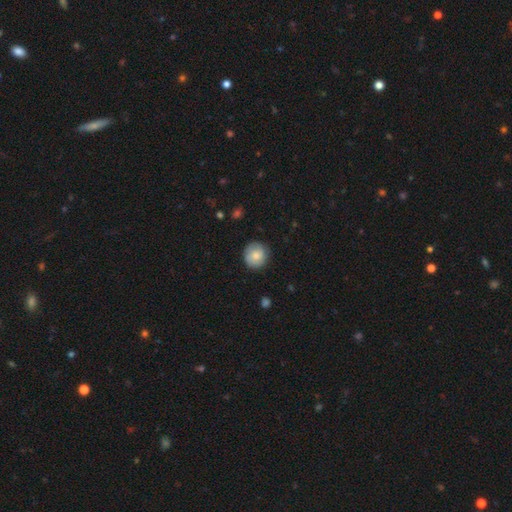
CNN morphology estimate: A smooth galaxy with no disk features (77%) that is round (91%).

Vote fractions:
- Smooth or featured? smooth: 77% / featured or disk: 16% / star or artifact: 7%
- How rounded? round: 91% / in between: 8% / cigar-shaped: 1%
- Merging? none: 84% / minor disturbance: 13% / major disturbance: 3% / merger: 1%